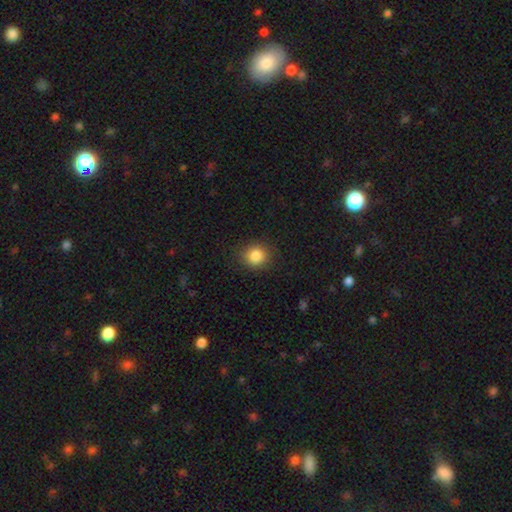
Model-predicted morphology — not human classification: A smooth galaxy with no disk features (84%) that is round (86%).

Vote fractions:
- Smooth or featured? smooth: 84% / star or artifact: 11% / featured or disk: 5%
- How rounded? round: 86% / in between: 14% / cigar-shaped: 1%
- Merging? none: 88% / minor disturbance: 8% / major disturbance: 3% / merger: 1%